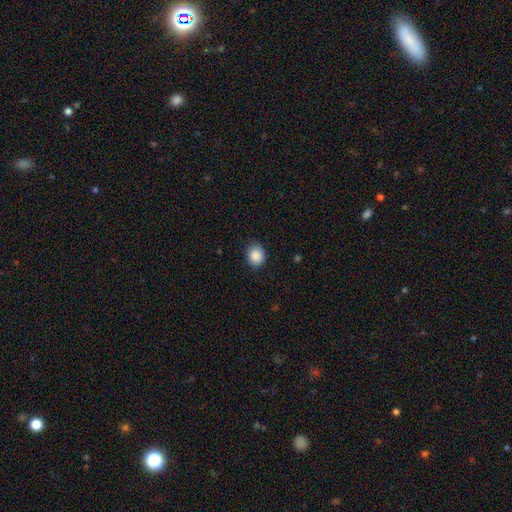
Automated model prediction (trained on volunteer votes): smooth_or_featured: smooth (p=0.89) [alt: star or artifact p=0.09]
how_rounded: round (p=0.69) [alt: in between p=0.30]
merging: none (p=0.86) [alt: minor disturbance p=0.11]